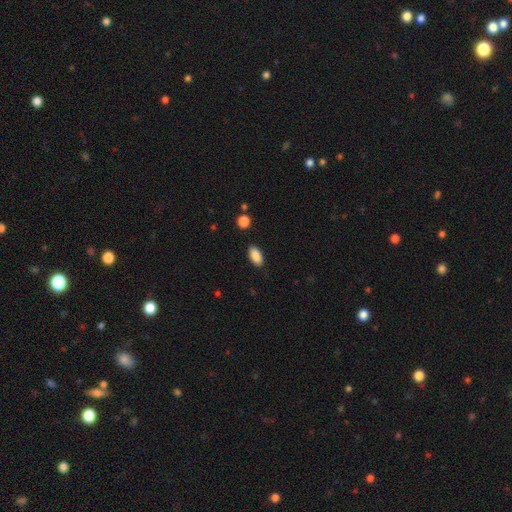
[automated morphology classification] A smooth galaxy with no disk features (89%) that is in between round and cigar-shaped (92%).

Vote fractions:
- Smooth or featured? smooth: 89% / star or artifact: 7% / featured or disk: 4%
- How rounded? in between: 92% / cigar-shaped: 5% / round: 3%
- Merging? none: 88% / minor disturbance: 9% / major disturbance: 2% / merger: 1%